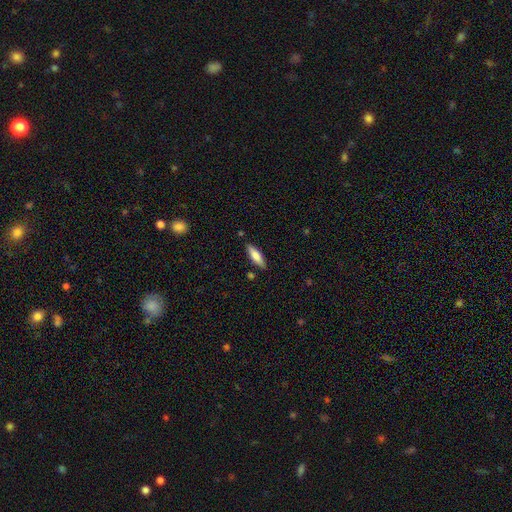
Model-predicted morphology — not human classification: A smooth galaxy with no disk features (72%) that is cigar-shaped (57%). Merging: none (85%).